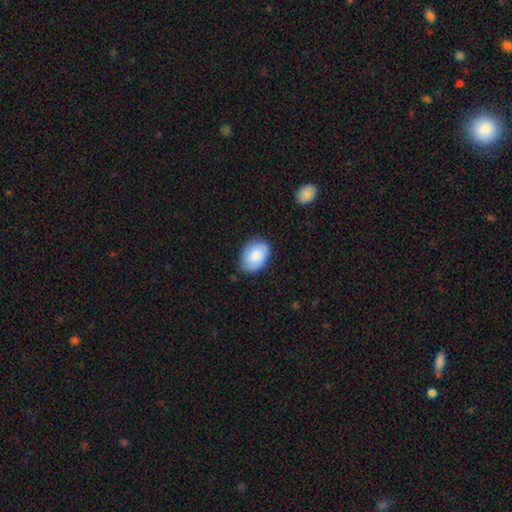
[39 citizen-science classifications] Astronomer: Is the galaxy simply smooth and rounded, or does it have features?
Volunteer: smooth — 77%.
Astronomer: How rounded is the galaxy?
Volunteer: in between — 97%.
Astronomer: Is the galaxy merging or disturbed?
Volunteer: none — 74%.